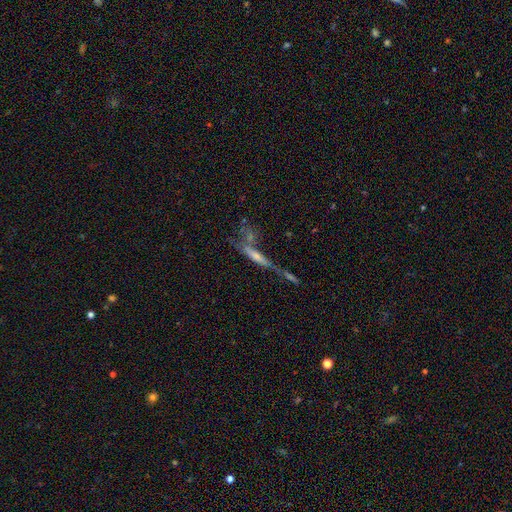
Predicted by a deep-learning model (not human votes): Smooth or featured: featured or disk — 57% (smooth — 28%)
Edge-on disk: yes — 74% (no — 26%)
Merging: merger — 39% (none — 32%)